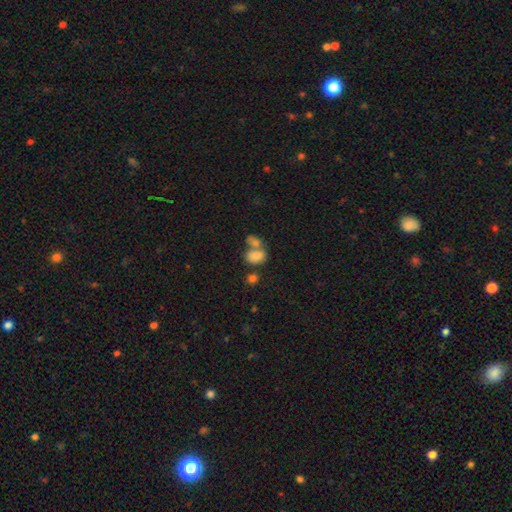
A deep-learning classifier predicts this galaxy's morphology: This appears to be a smooth galaxy with no disk features (79%) that is in between round and cigar-shaped (69%). Merging: merger (53%).